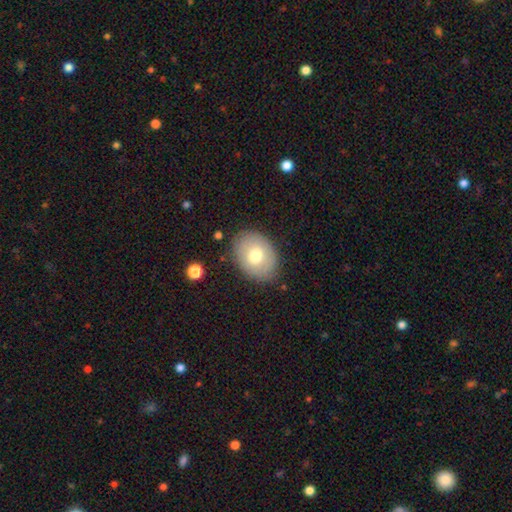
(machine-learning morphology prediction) This appears to be a smooth galaxy with no disk features (69%) that is in between round and cigar-shaped (69%). Merging: none (83%).